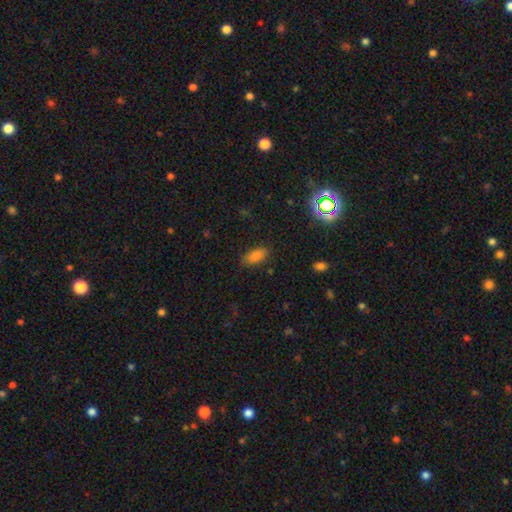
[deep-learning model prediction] This appears to be a smooth galaxy with no disk features (81%) that is in between round and cigar-shaped (88%). Merging: none (85%).